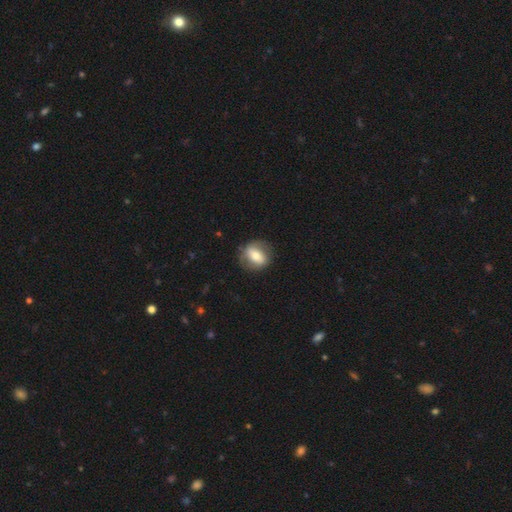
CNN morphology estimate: Smooth or featured?
  - smooth: 52% *
  - featured or disk: 40%
  - star or artifact: 7%
How rounded?
  - round: 53% *
  - in between: 44%
  - cigar-shaped: 3%
Merging?
  - none: 77% *
  - minor disturbance: 15%
  - major disturbance: 6%
  - merger: 1%